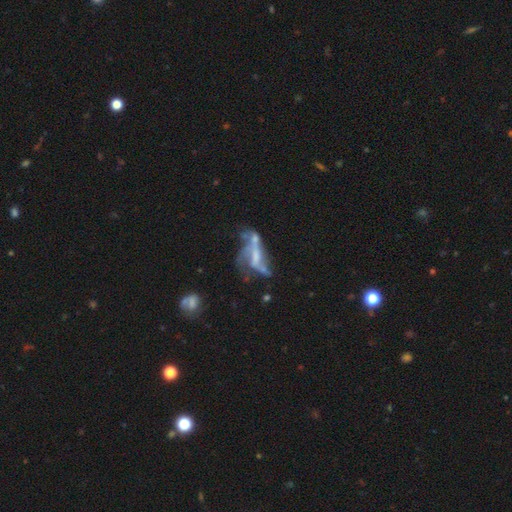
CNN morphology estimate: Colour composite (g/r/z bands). It shows a featured or disk galaxy (63%) with no bar (52%), no spiral arms (63%) and no central bulge (50%). Merging: major disturbance (35%).